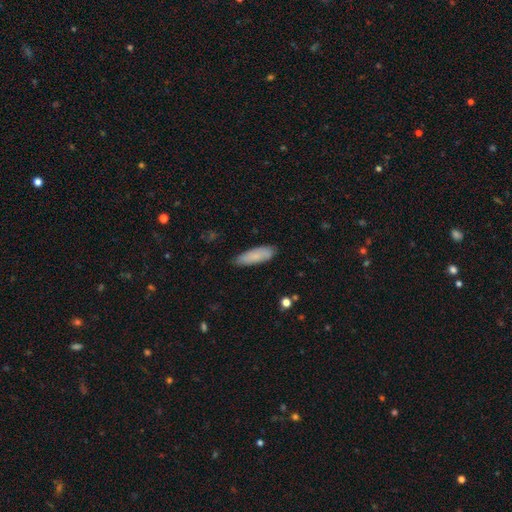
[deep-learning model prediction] smooth 82%, featured or disk 12%, star or artifact 6%. Down the decision tree: how rounded — in between (53%); merging — none (83%).